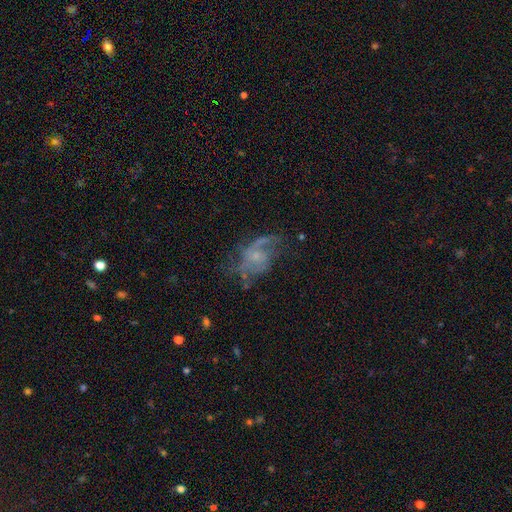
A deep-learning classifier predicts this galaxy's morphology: type=featured or disk (69%); edge-on=no (97%); bar=no (70%); spiral arms=yes (73%); bulge=small (64%); merging=none (42%).